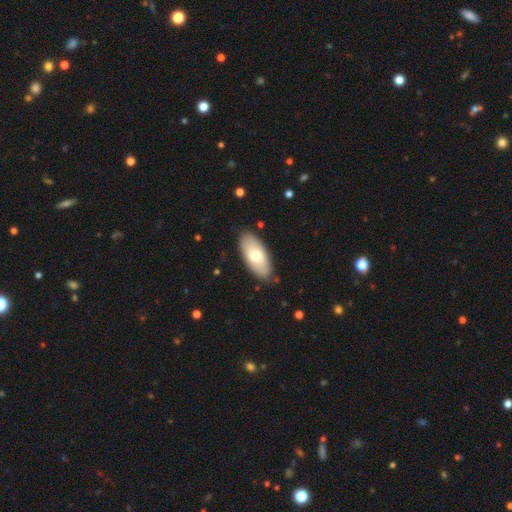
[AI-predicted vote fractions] The model was most divided on "smooth or featured": smooth: 71%, featured or disk: 23%, star or artifact: 5%. More confident: how rounded — in between (90%); merging — none (85%).